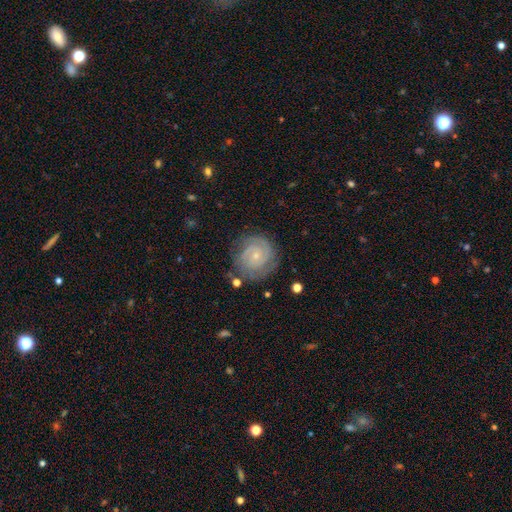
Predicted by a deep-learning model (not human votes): Morphology: type=featured or disk (85%); edge-on=no (98%); bar=no (70%); spiral arms=yes (97%); winding=tight (76%); arm count=2 (50%); bulge=small (78%); merging=none (79%).